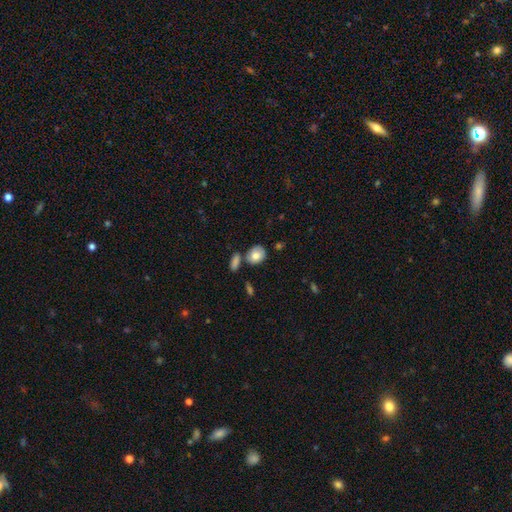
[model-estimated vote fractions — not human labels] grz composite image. It shows a smooth galaxy with no disk features (79%) that is in between round and cigar-shaped (52%). Merging: none (64%).